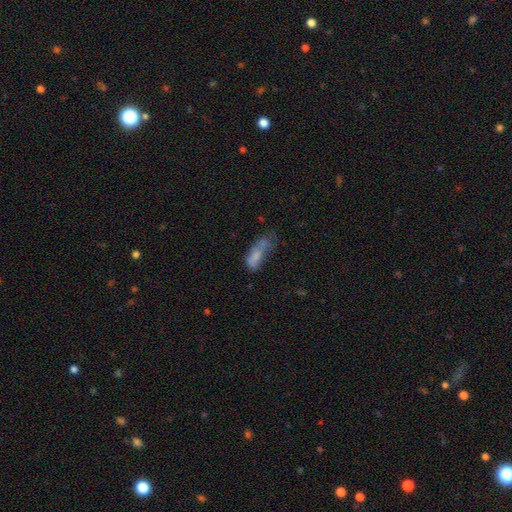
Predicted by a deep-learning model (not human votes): This appears to be a smooth galaxy with no disk features (67%) that is in between round and cigar-shaped (69%). Merging: major disturbance (37%).